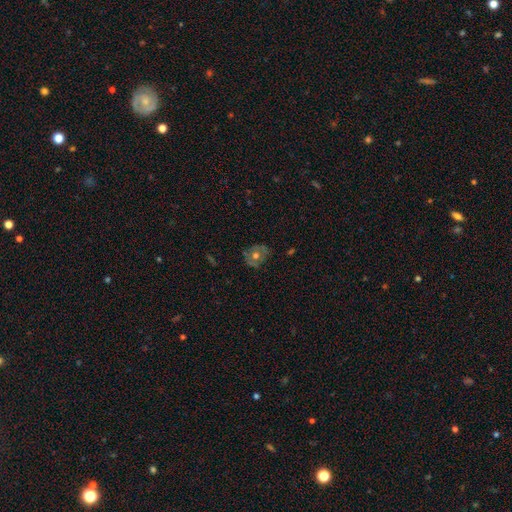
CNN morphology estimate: A featured or disk galaxy (50%).

Vote fractions:
- Smooth or featured? featured or disk: 50% / smooth: 39% / star or artifact: 11%
- Edge-on disk? no: 94% / yes: 6%
- Merging? none: 76% / minor disturbance: 17% / major disturbance: 6% / merger: 1%